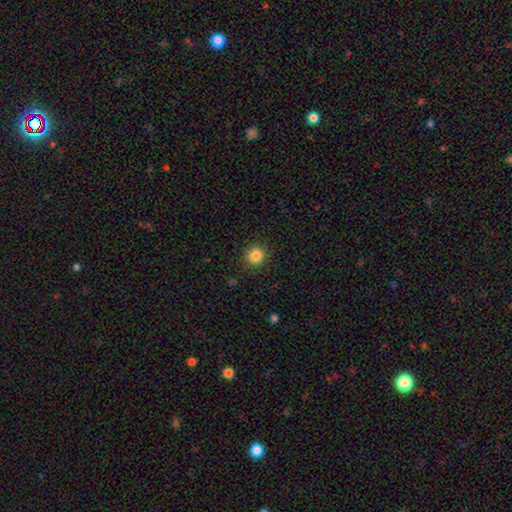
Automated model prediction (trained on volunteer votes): Smooth or featured: smooth — 85% (star or artifact — 11%)
How rounded: round — 92% (in between — 7%)
Merging: none — 91% (minor disturbance — 6%)